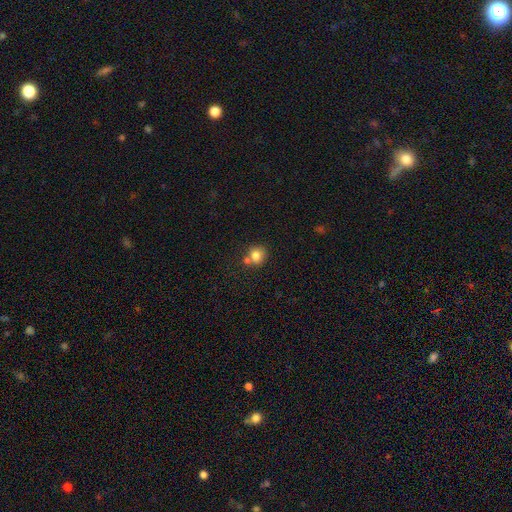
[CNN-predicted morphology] Smooth or featured? Predicted: smooth (p=0.80). How rounded? Predicted: round (p=0.83). Merging? Predicted: none (p=0.58).